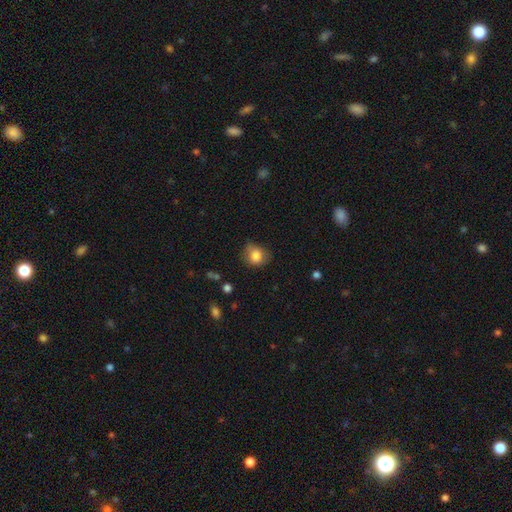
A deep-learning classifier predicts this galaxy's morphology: The model was most divided on "merging": none: 63%, minor disturbance: 27%, major disturbance: 8%, merger: 2%. More confident: smooth or featured — smooth (81%); how rounded — round (70%).